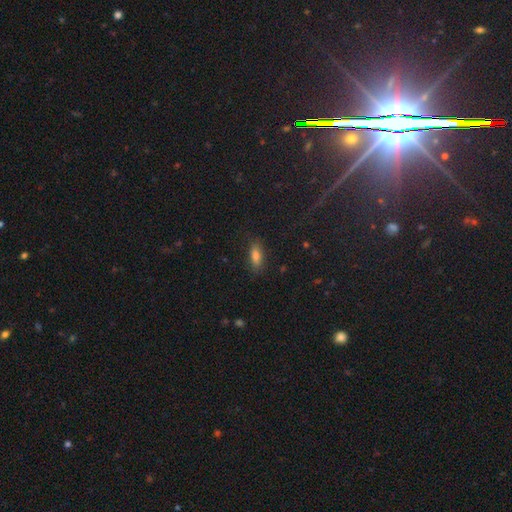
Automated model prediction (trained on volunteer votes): smooth-or-featured: smooth: 75% | star or artifact: 13% | featured or disk: 11%
  how-rounded: in between: 70% | cigar-shaped: 27% | round: 4%
  merging: none: 83% | minor disturbance: 12% | major disturbance: 3% | merger: 1%